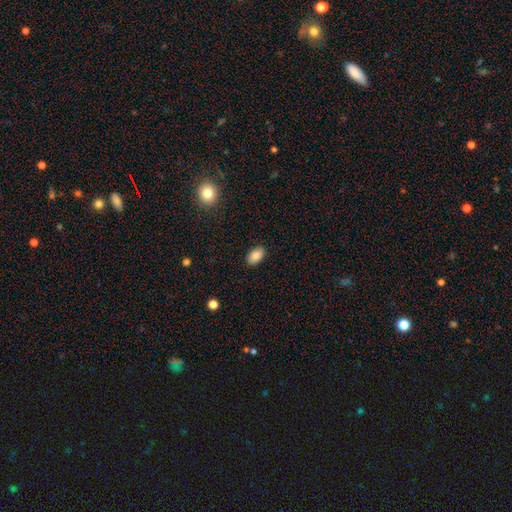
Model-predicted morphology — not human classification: smooth 87%, star or artifact 8%, featured or disk 5%. Down the decision tree: how rounded — in between (92%); merging — none (89%).